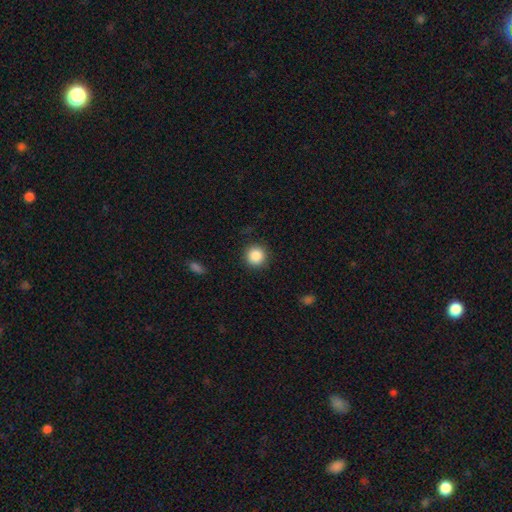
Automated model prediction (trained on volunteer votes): A smooth galaxy with no disk features (87%) that is round (94%).

Vote fractions:
- Smooth or featured? smooth: 87% / star or artifact: 9% / featured or disk: 3%
- How rounded? round: 94% / in between: 5% / cigar-shaped: 1%
- Merging? none: 90% / minor disturbance: 7% / major disturbance: 2% / merger: 1%